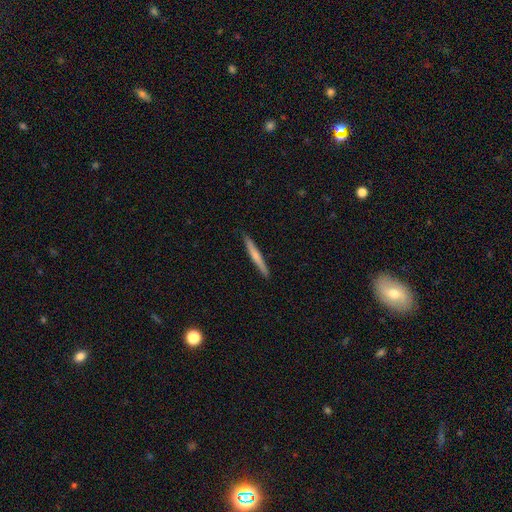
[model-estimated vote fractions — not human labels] A smooth galaxy with no disk features (55%) that is cigar-shaped (96%). Merging: none (91%).